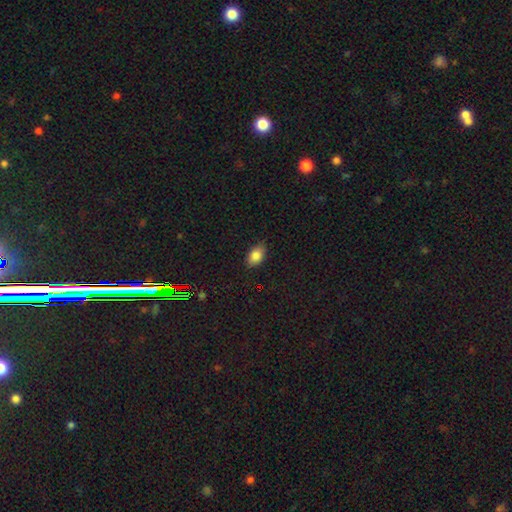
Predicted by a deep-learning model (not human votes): Overall: smooth (83%). How rounded: in between (88%). Merging: none (83%).